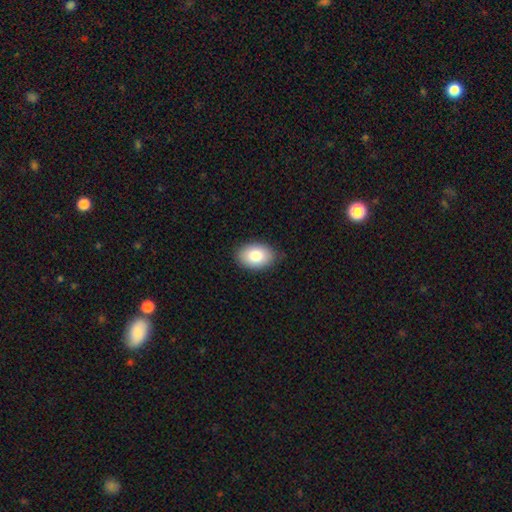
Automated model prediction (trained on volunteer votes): Morphology: type=smooth (83%); roundness=in between (86%); merging=none (85%).